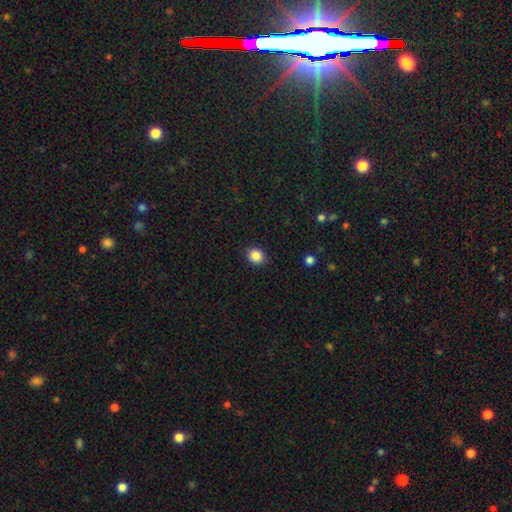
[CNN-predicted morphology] This appears to be a smooth galaxy with no disk features (87%) that is round (63%). Merging: none (89%).